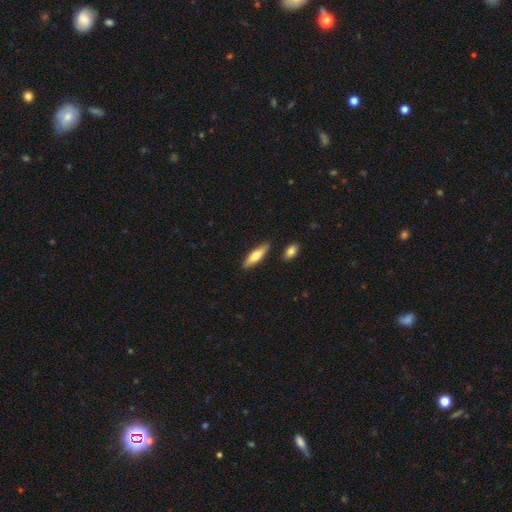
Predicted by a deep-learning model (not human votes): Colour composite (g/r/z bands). It shows a smooth galaxy with no disk features (68%) that is cigar-shaped (60%). Merging: none (86%).